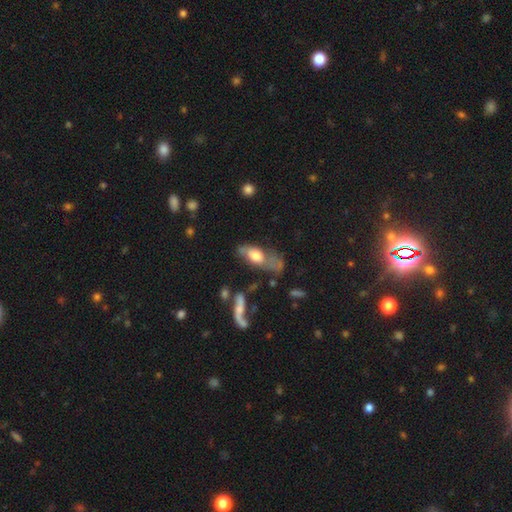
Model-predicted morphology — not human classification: Smooth or featured?
  - smooth: 51% *
  - featured or disk: 41%
  - star or artifact: 8%
How rounded?
  - in between: 79% *
  - cigar-shaped: 15%
  - round: 5%
Merging?
  - none: 32% *
  - major disturbance: 31%
  - minor disturbance: 26%
  - merger: 11%